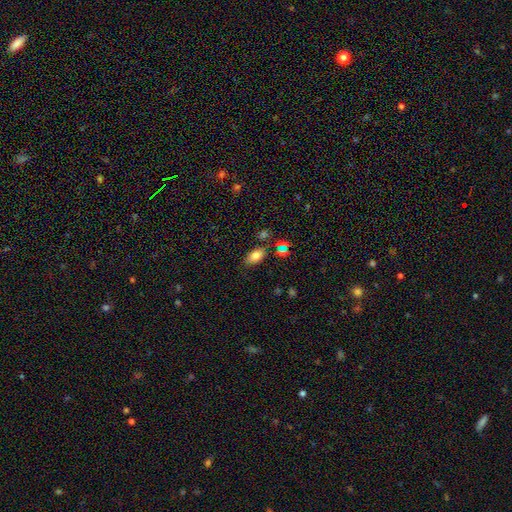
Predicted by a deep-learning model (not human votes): smooth-or-featured: smooth: 78% | featured or disk: 11% | star or artifact: 11%
  how-rounded: in between: 88% | round: 8% | cigar-shaped: 4%
  merging: none: 76% | minor disturbance: 14% | merger: 6% | major disturbance: 4%